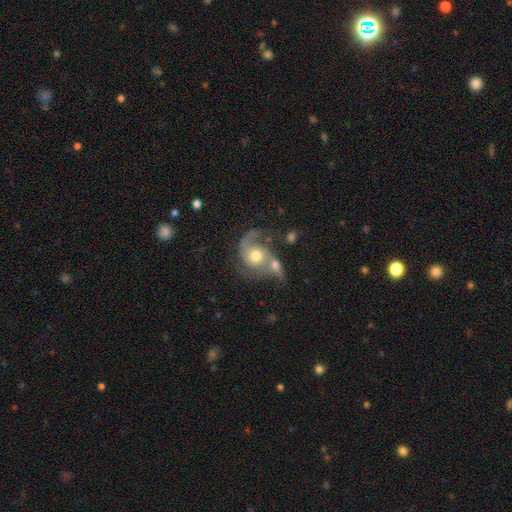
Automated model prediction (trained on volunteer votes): This appears to be a featured or disk galaxy (74%) with no bar (73%), 2 (60%) medium (44%) spiral arms (91%) and a moderate central bulge (69%). Merging: merger (53%).